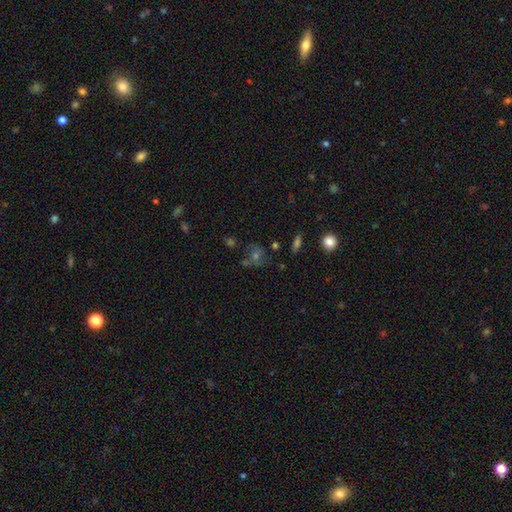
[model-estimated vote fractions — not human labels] Smooth or featured: star or artifact — 35% (featured or disk — 34%)